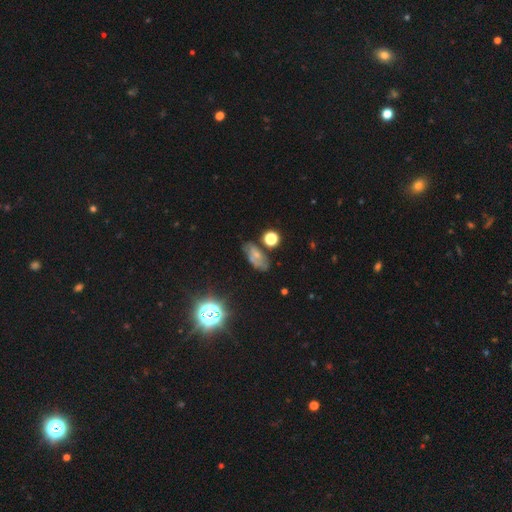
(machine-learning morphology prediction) A smooth galaxy with no disk features (44%). Merging: none (60%).